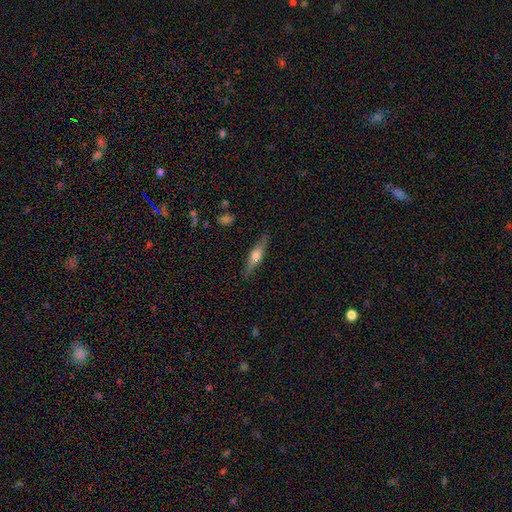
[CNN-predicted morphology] type=featured or disk (50%); edge-on=yes (93%); merging=none (86%).